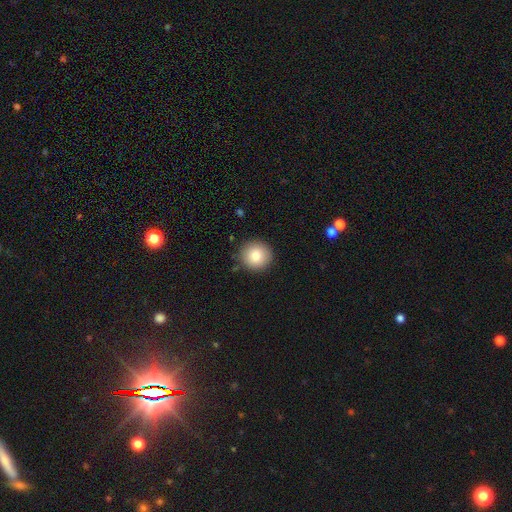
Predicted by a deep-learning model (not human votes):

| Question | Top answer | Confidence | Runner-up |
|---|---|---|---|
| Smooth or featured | smooth | 83% | star or artifact (9%) |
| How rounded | round | 94% | in between (5%) |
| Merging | none | 90% | minor disturbance (7%) |